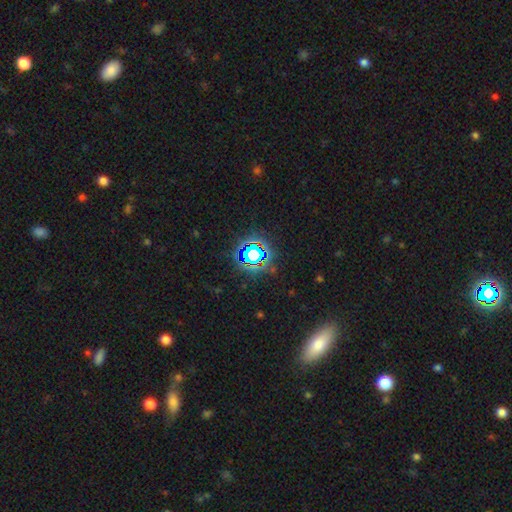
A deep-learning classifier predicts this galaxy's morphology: Q: Smooth or featured?
A: star or artifact (70%); runner-up: smooth (20%)